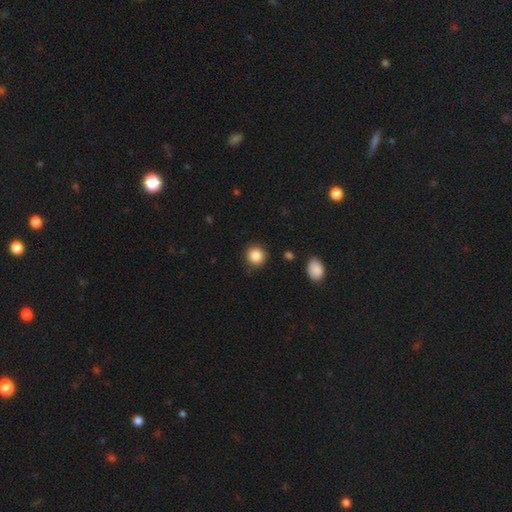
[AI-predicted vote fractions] smooth 86%, star or artifact 10%, featured or disk 5%. Down the decision tree: how rounded — round (91%); merging — none (89%).